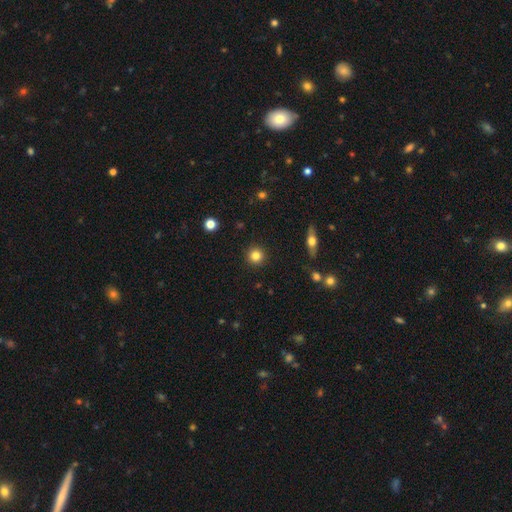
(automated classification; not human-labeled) This appears to be a smooth galaxy with no disk features (83%) that is round (95%). Merging: none (92%).